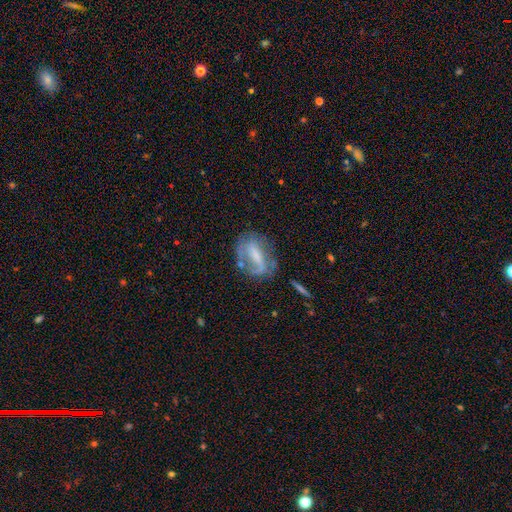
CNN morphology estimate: featured or disk 61%, smooth 30%, star or artifact 9%. Down the decision tree: edge-on disk — no (92%); bar — strong (40%); spiral arms — yes (64%); bulge size — small (33%); merging — none (50%).